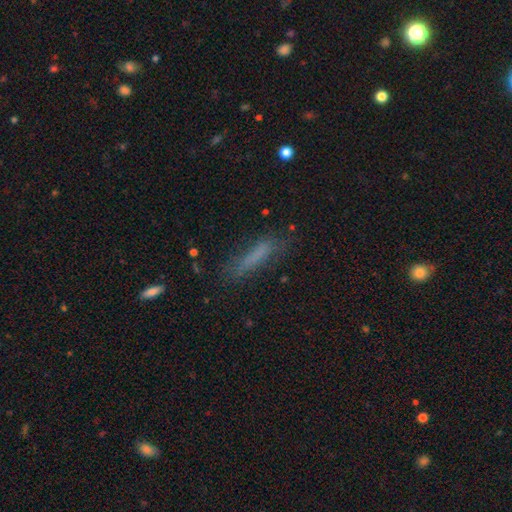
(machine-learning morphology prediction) type=smooth (66%); roundness=cigar-shaped (85%); merging=none (71%).